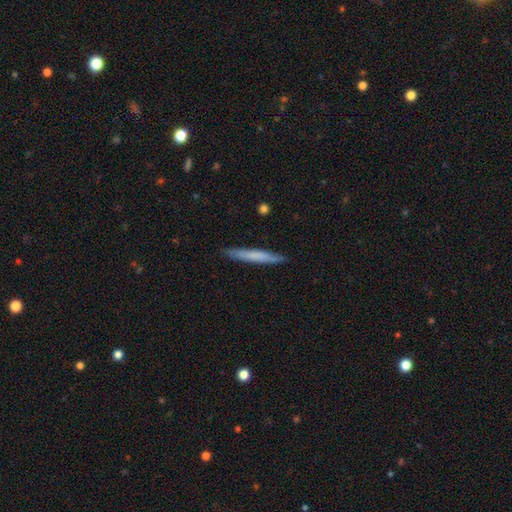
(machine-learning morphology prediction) Smooth or featured? smooth (61%)
How rounded? cigar-shaped (96%)
Merging? none (88%)